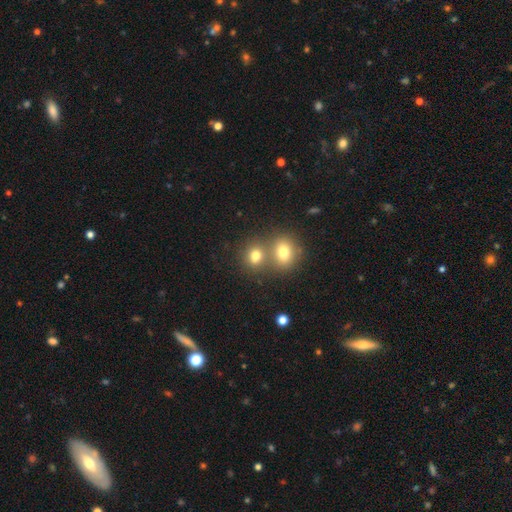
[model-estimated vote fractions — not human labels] smooth-or-featured: smooth: 76% | star or artifact: 13% | featured or disk: 10%
  how-rounded: round: 67% | in between: 32% | cigar-shaped: 1%
  merging: merger: 45% | none: 44% | minor disturbance: 7% | major disturbance: 3%